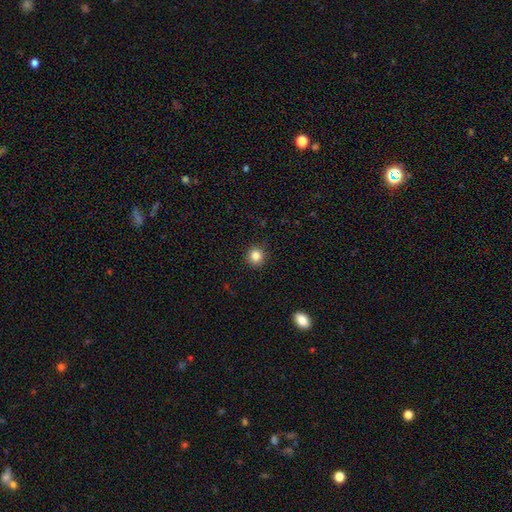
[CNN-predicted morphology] A smooth galaxy with no disk features (84%) that is round (93%).

Vote fractions:
- Smooth or featured? smooth: 84% / star or artifact: 11% / featured or disk: 5%
- How rounded? round: 93% / in between: 6% / cigar-shaped: 1%
- Merging? none: 91% / minor disturbance: 6% / major disturbance: 2% / merger: 1%